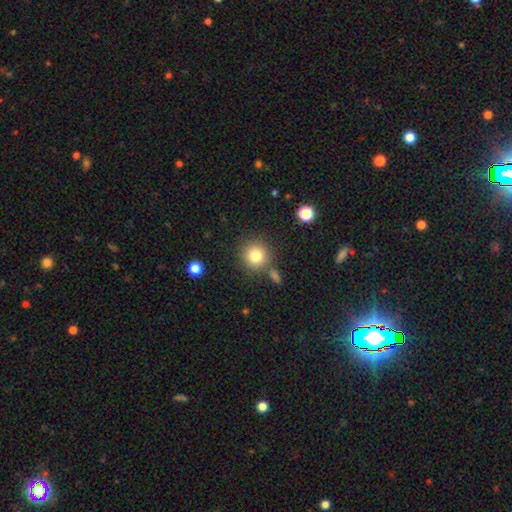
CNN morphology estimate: Overall: smooth (81%). How rounded: round (93%). Merging: none (79%).